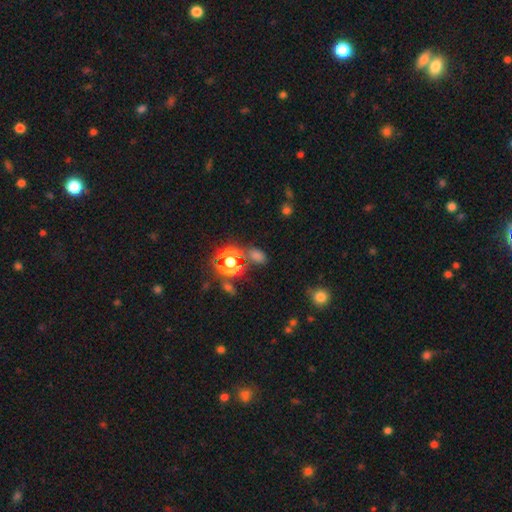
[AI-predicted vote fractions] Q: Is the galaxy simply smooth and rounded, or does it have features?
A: smooth — 60%.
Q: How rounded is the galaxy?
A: in between — 50%.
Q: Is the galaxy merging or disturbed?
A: none — 70%.